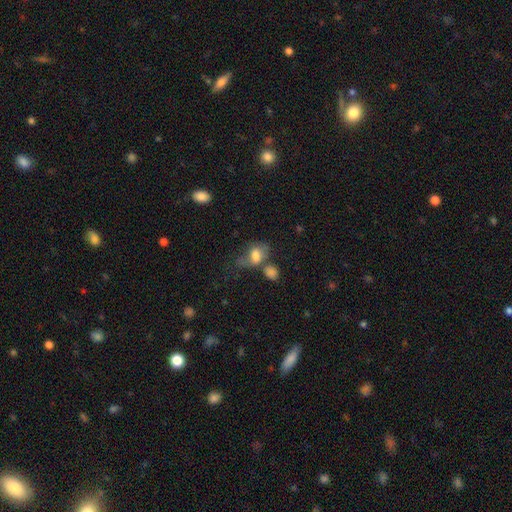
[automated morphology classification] A smooth galaxy with no disk features (70%) that is in between round and cigar-shaped (78%). Merging: none (32%).